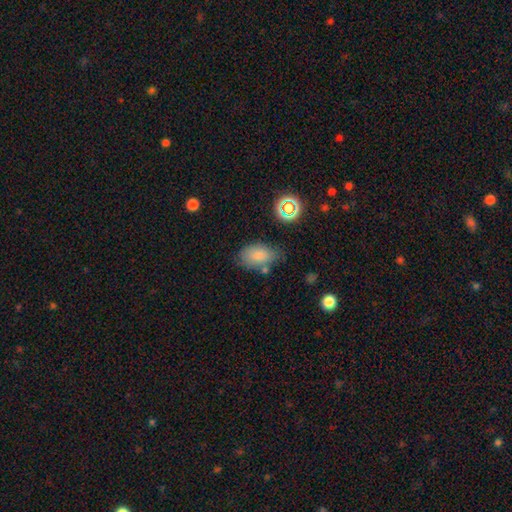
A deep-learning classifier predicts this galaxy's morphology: type=smooth (78%); roundness=in between (88%); merging=none (66%).